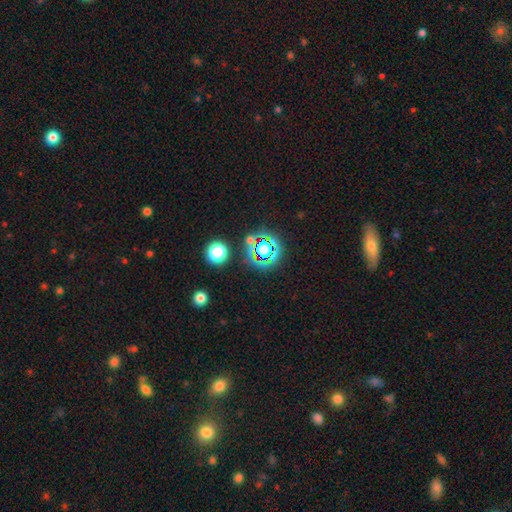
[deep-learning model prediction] smooth_or_featured: star or artifact (p=0.75) [alt: smooth p=0.16]